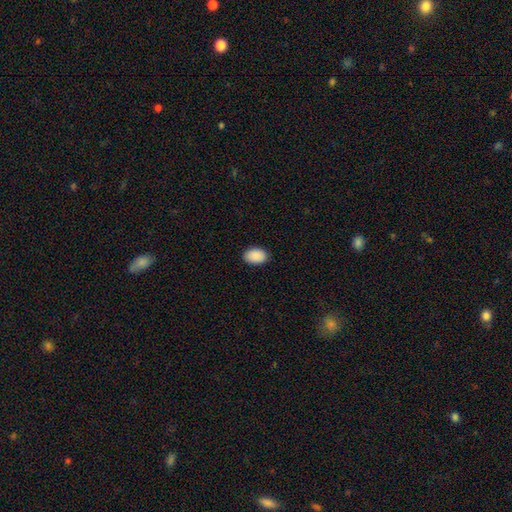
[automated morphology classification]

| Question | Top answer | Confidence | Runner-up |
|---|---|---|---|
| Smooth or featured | smooth | 91% | star or artifact (6%) |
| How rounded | in between | 88% | round (11%) |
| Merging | none | 89% | minor disturbance (8%) |